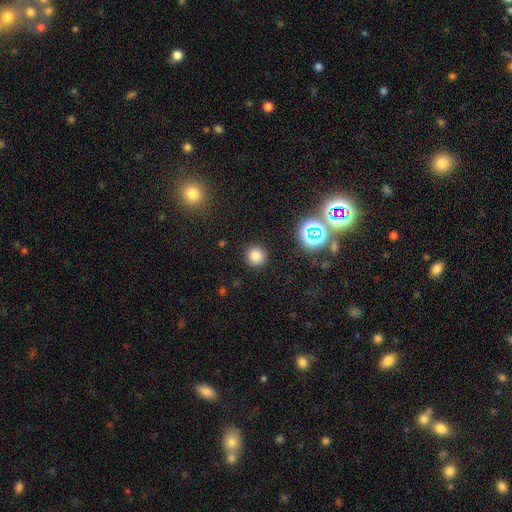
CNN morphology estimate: Overall: smooth (77%). How rounded: round (93%). Merging: none (90%).